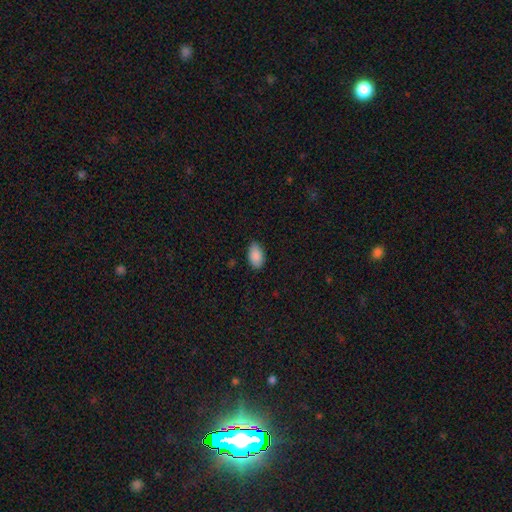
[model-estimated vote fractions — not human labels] smooth-or-featured: smooth: 90% | star or artifact: 7% | featured or disk: 3%
  how-rounded: in between: 94% | round: 4% | cigar-shaped: 2%
  merging: none: 86% | minor disturbance: 11% | major disturbance: 2% | merger: 1%